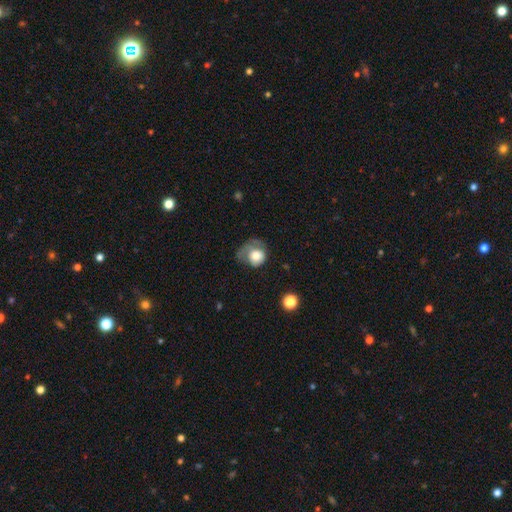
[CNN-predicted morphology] Smooth or featured: smooth — 67% (featured or disk — 25%)
How rounded: round — 72% (in between — 27%)
Merging: major disturbance — 42% (minor disturbance — 29%)